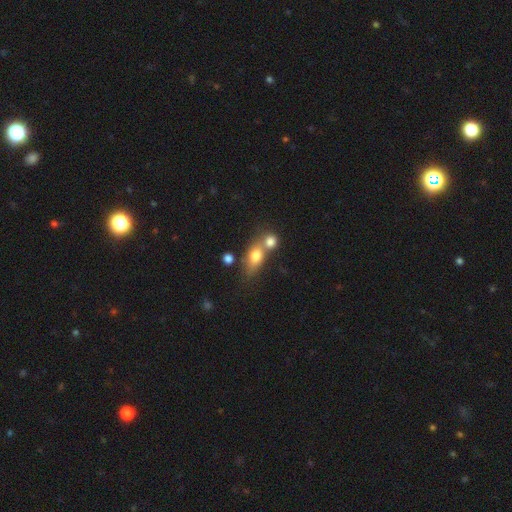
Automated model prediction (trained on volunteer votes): Q: Smooth or featured?
A: smooth (76%); runner-up: featured or disk (15%)
Q: How rounded?
A: in between (69%); runner-up: round (25%)
Q: Merging?
A: merger (52%); runner-up: none (34%)